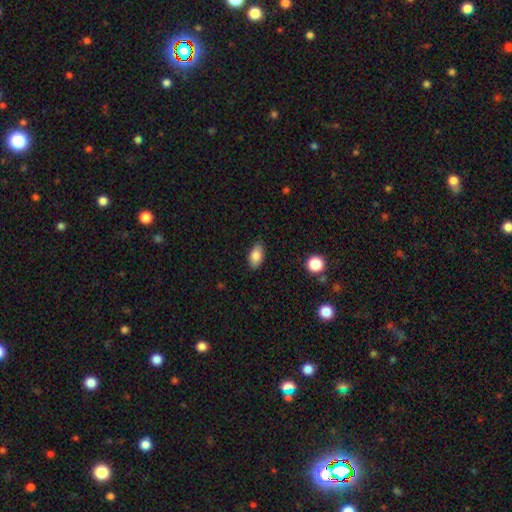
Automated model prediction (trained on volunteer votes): A smooth galaxy with no disk features (85%) that is in between round and cigar-shaped (91%). Merging: none (82%).